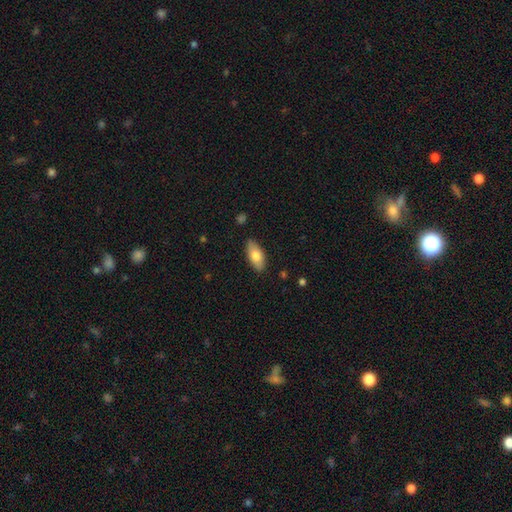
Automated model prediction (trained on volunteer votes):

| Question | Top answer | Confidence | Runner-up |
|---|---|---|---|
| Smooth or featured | smooth | 75% | featured or disk (19%) |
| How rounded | in between | 87% | cigar-shaped (11%) |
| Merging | none | 87% | minor disturbance (10%) |